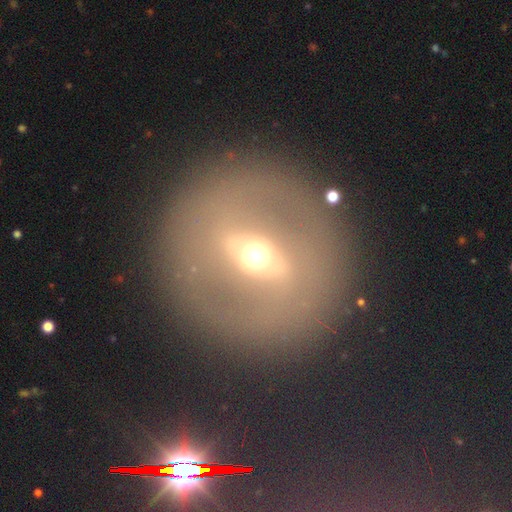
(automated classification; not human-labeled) Smooth or featured?
  - featured or disk: 66% *
  - smooth: 24%
  - star or artifact: 10%
Edge-on disk?
  - no: 82% *
  - yes: 18%
Bar?
  - strong: 54% *
  - weak: 31%
  - no: 15%
Spiral arms?
  - no: 80% *
  - yes: 20%
Bulge size?
  - moderate: 60% *
  - small: 34%
  - large: 5%
  - dominant: 1%
  - none: 1%
Merging?
  - none: 84% *
  - minor disturbance: 8%
  - major disturbance: 5%
  - merger: 2%